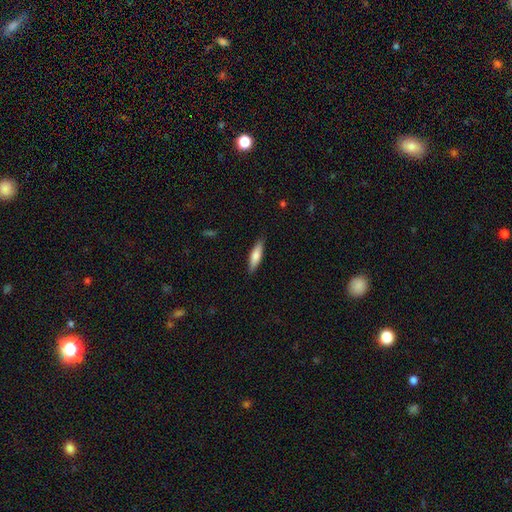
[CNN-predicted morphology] Overall: smooth (73%). How rounded: cigar-shaped (68%; in between 30%). Merging: none (87%).